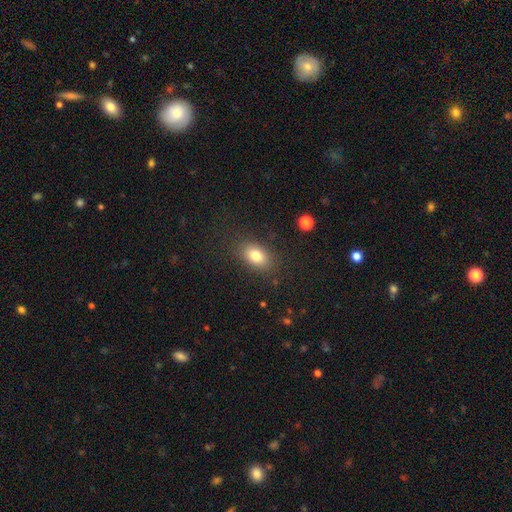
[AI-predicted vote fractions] A smooth galaxy with no disk features (80%) that is in between round and cigar-shaped (82%). Merging: none (84%).